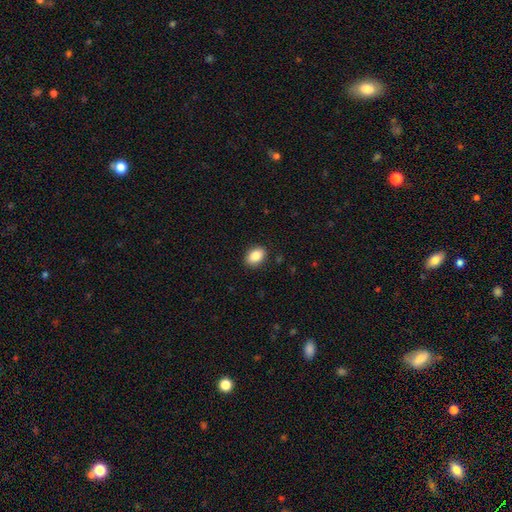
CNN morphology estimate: smooth 87%, star or artifact 8%, featured or disk 5%. Down the decision tree: how rounded — in between (81%); merging — none (89%).